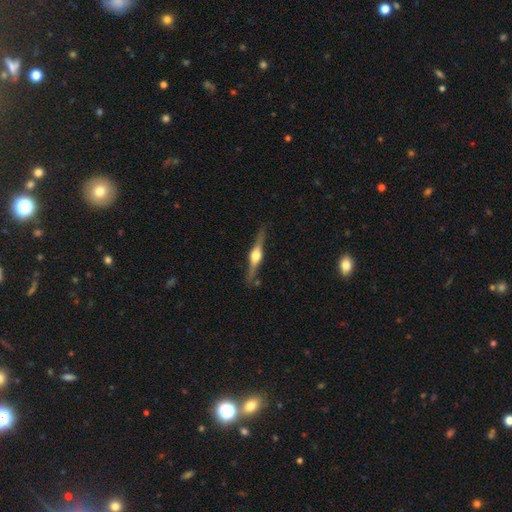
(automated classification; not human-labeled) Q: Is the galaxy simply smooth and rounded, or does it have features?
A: featured or disk — 81%.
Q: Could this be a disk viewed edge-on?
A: yes — 98%.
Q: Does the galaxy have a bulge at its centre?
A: rounded — 95%.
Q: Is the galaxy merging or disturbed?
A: none — 86%.